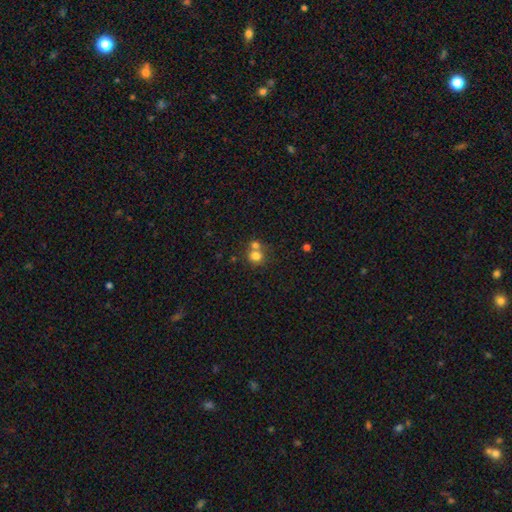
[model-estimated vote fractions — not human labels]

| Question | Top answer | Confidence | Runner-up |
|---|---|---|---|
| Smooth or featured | smooth | 78% | star or artifact (12%) |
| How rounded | round | 83% | in between (16%) |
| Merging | none | 45% | merger (44%) |